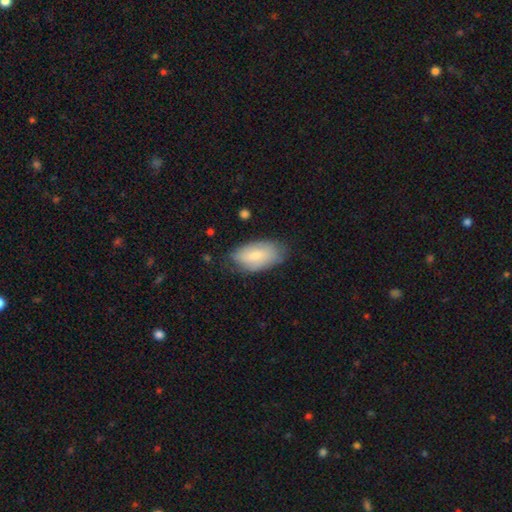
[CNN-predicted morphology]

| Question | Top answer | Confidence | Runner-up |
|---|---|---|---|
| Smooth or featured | smooth | 75% | featured or disk (19%) |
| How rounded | in between | 94% | cigar-shaped (4%) |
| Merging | none | 71% | minor disturbance (23%) |